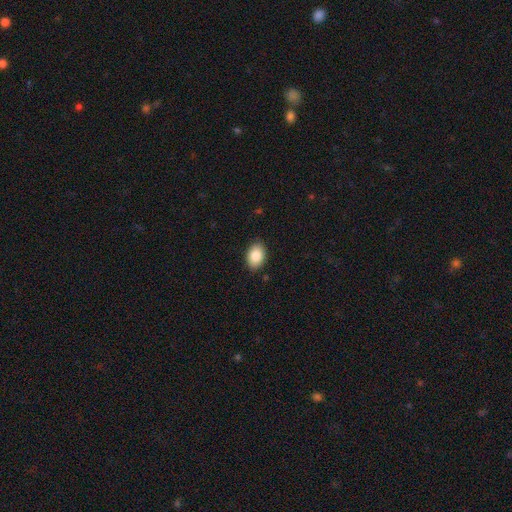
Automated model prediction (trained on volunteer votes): smooth-or-featured: smooth: 86% | star or artifact: 7% | featured or disk: 7%
  how-rounded: in between: 85% | round: 14% | cigar-shaped: 1%
  merging: none: 87% | minor disturbance: 10% | major disturbance: 2% | merger: 1%